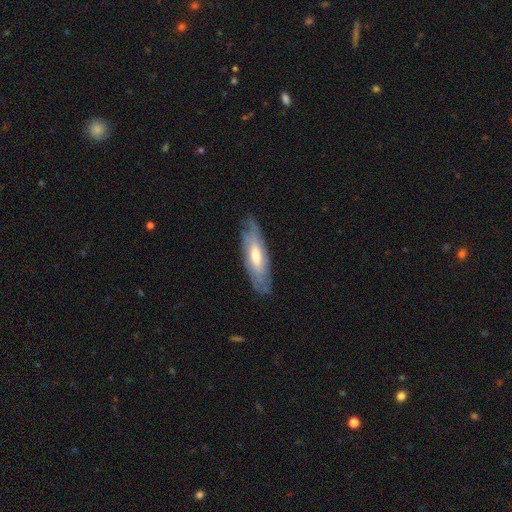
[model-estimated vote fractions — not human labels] This is possibly a smooth galaxy (49%). Merging: likely none (77%).